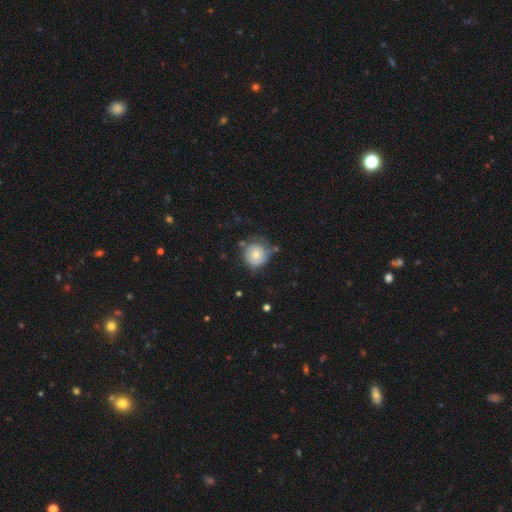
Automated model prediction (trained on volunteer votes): Morphology: type=smooth (61%); roundness=round (89%); merging=none (59%).